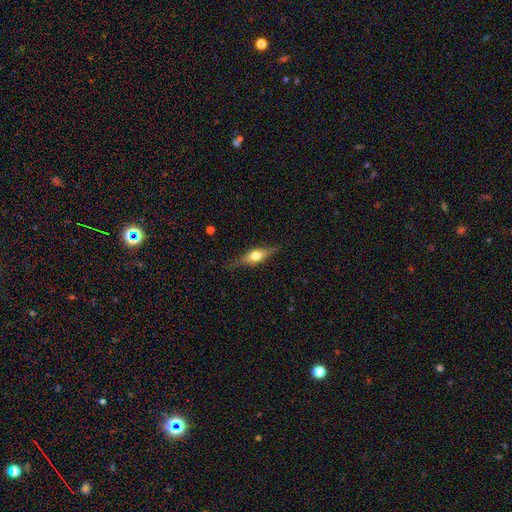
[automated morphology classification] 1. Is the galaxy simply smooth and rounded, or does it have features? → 58% featured or disk, 35% smooth, 7% star or artifact.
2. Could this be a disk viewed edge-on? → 93% yes, 7% no.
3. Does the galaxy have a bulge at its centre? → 93% rounded, 5% boxy, 2% none.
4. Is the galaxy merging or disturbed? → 80% none, 15% minor disturbance, 4% major disturbance, 1% merger.